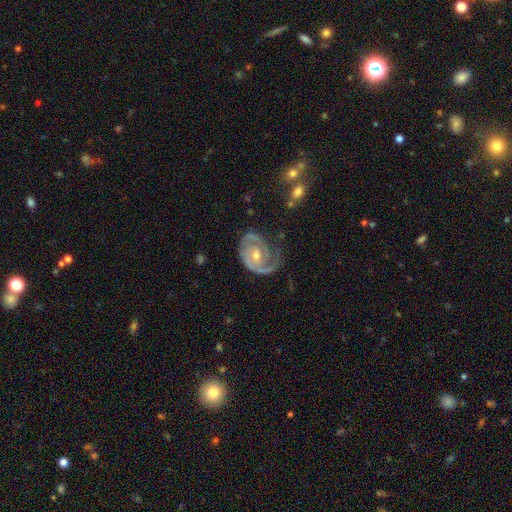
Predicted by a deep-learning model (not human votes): Q: Smooth or featured?
A: featured or disk (88%); runner-up: smooth (7%)
Q: Edge-on disk?
A: no (97%); runner-up: yes (3%)
Q: Bar?
A: no (65%); runner-up: weak (28%)
Q: Spiral arms?
A: yes (95%); runner-up: no (5%)
Q: Spiral winding?
A: tight (57%); runner-up: medium (34%)
Q: Spiral arm count?
A: 2 (57%); runner-up: 1 (22%)
Q: Bulge size?
A: moderate (54%); runner-up: small (42%)
Q: Merging?
A: none (58%); runner-up: minor disturbance (24%)